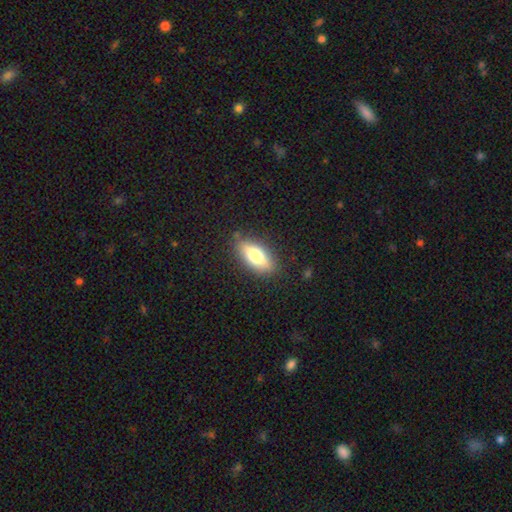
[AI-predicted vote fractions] smooth 74%, featured or disk 19%, star or artifact 7%. Down the decision tree: how rounded — in between (77%); merging — none (83%).